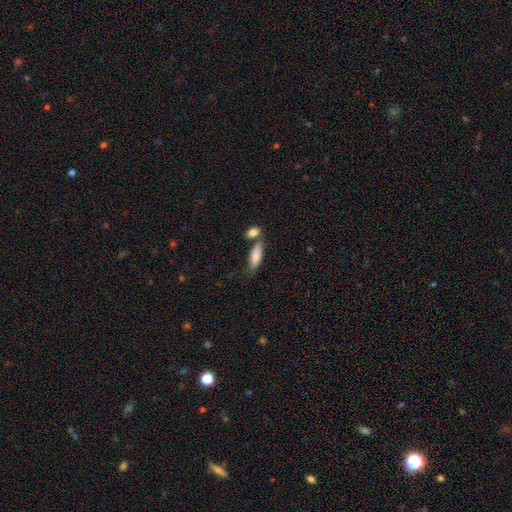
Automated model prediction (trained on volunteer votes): Morphology: type=smooth (82%); roundness=in between (59%); merging=none (56%).